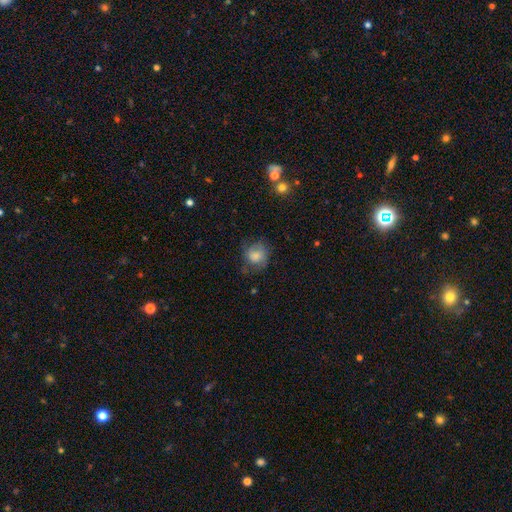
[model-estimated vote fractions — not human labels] Smooth or featured?
  - smooth: 73% *
  - featured or disk: 18%
  - star or artifact: 9%
How rounded?
  - round: 77% *
  - in between: 22%
  - cigar-shaped: 1%
Merging?
  - none: 58% *
  - minor disturbance: 26%
  - major disturbance: 14%
  - merger: 2%